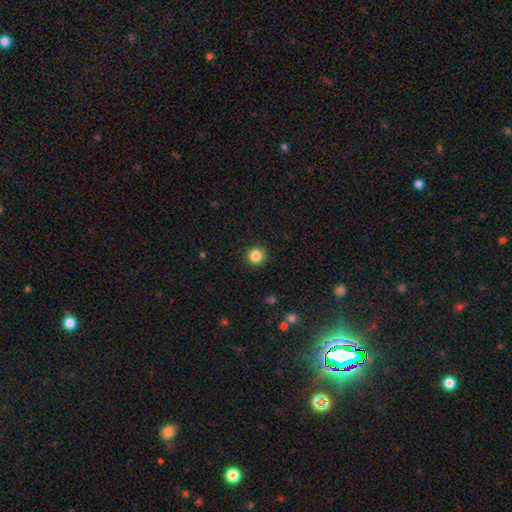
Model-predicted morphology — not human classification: smooth_or_featured: smooth (p=0.85) [alt: star or artifact p=0.11]
how_rounded: round (p=0.95) [alt: in between p=0.04]
merging: none (p=0.92) [alt: minor disturbance p=0.05]